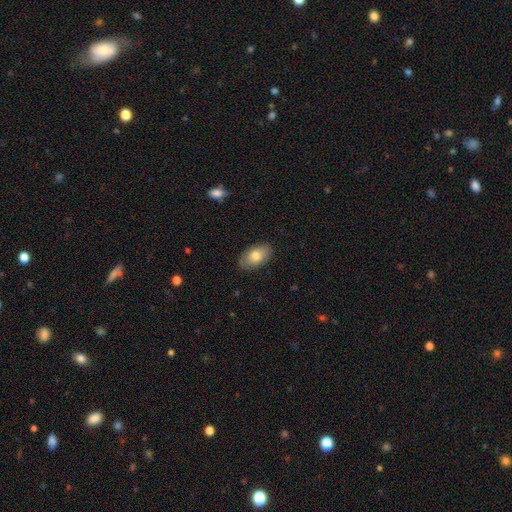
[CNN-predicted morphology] A smooth galaxy with no disk features (75%) that is in between round and cigar-shaped (93%).

Vote fractions:
- Smooth or featured? smooth: 75% / featured or disk: 18% / star or artifact: 7%
- How rounded? in between: 93% / round: 6% / cigar-shaped: 2%
- Merging? none: 85% / minor disturbance: 12% / major disturbance: 2% / merger: 1%